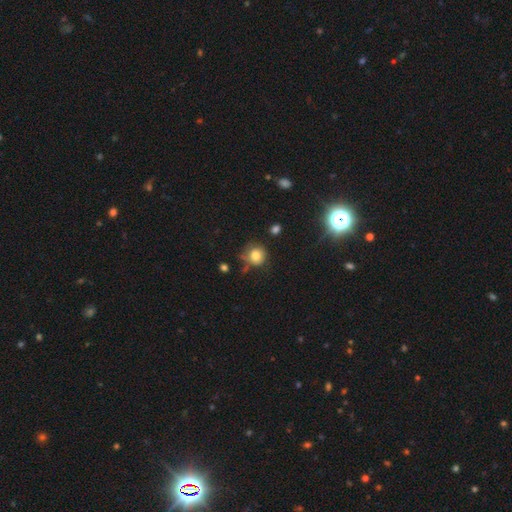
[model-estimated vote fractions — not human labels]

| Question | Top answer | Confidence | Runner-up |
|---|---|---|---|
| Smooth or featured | smooth | 79% | star or artifact (12%) |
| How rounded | round | 86% | in between (13%) |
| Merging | none | 63% | minor disturbance (23%) |